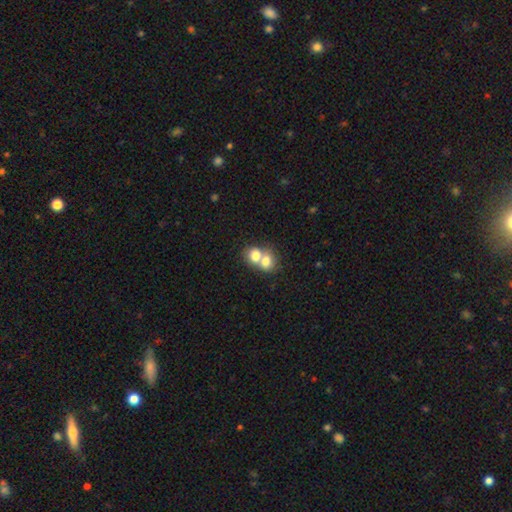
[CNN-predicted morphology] Smooth or featured? smooth (75%)
How rounded? round (63%)
Merging? merger (73%)